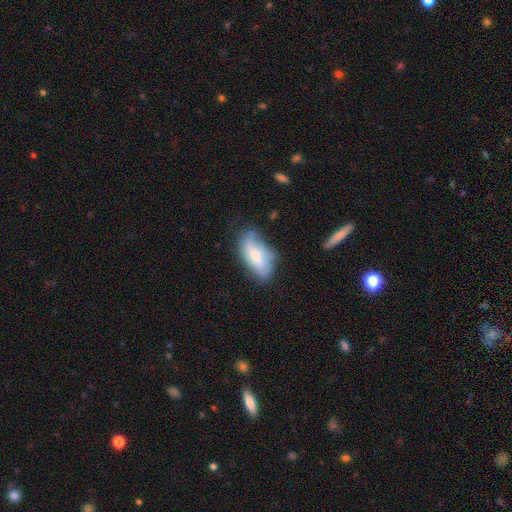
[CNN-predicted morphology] Smooth or featured? smooth (55%)
How rounded? in between (88%)
Merging? none (58%)